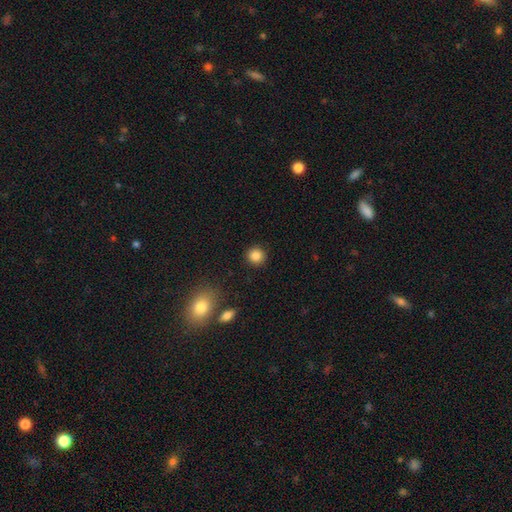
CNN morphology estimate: Smooth or featured?
  - smooth: 85% *
  - star or artifact: 10%
  - featured or disk: 5%
How rounded?
  - round: 92% *
  - in between: 7%
  - cigar-shaped: 1%
Merging?
  - none: 91% *
  - minor disturbance: 6%
  - major disturbance: 2%
  - merger: 2%